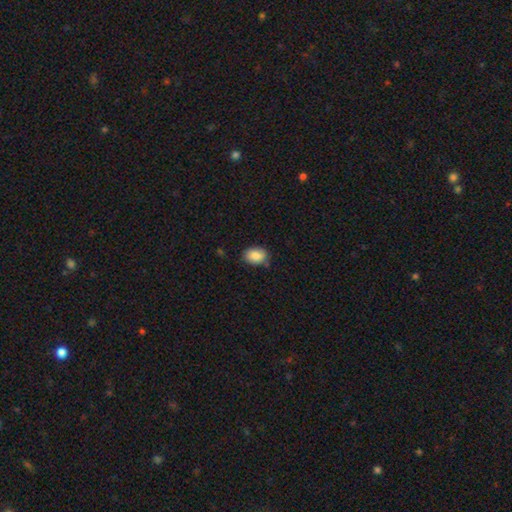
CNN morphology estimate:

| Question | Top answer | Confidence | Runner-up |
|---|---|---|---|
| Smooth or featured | smooth | 87% | star or artifact (8%) |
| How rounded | in between | 78% | round (21%) |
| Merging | none | 78% | minor disturbance (17%) |